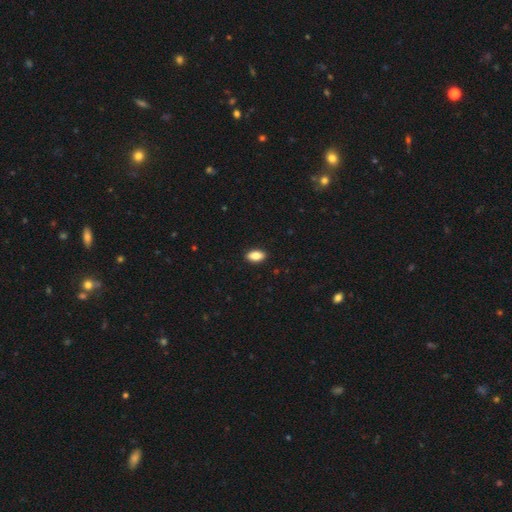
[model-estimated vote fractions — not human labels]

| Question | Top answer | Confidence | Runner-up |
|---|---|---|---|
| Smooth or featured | smooth | 85% | featured or disk (8%) |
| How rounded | in between | 91% | round (5%) |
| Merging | none | 90% | minor disturbance (7%) |